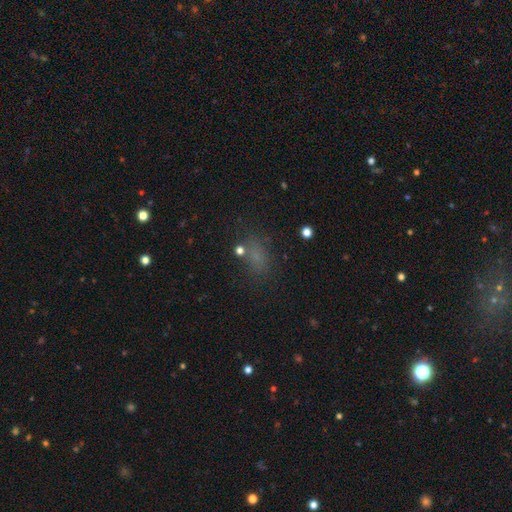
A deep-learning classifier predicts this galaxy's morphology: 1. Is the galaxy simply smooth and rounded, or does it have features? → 62% smooth, 28% star or artifact, 10% featured or disk.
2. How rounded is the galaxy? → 70% in between, 27% round, 3% cigar-shaped.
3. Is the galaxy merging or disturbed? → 69% none, 15% minor disturbance, 9% major disturbance, 6% merger.